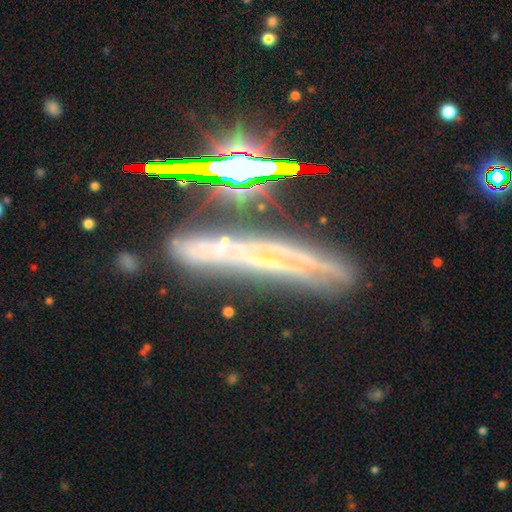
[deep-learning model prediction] The model was most divided on "smooth or featured": featured or disk: 56%, star or artifact: 24%, smooth: 19%. More confident: merging — none (68%); edge-on disk — yes (67%).